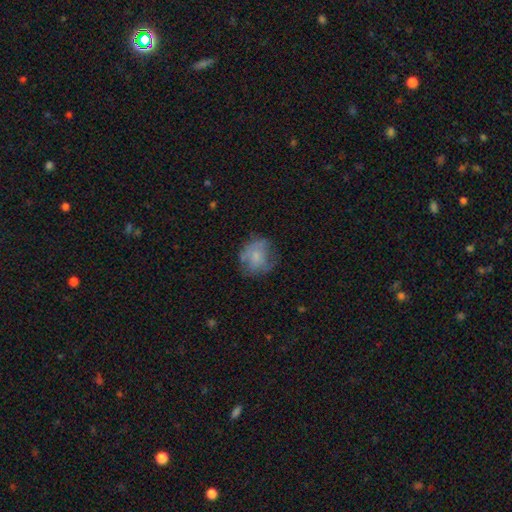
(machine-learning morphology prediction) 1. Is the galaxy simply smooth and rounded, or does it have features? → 59% smooth, 32% featured or disk, 9% star or artifact.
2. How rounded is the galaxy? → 72% round, 27% in between, 1% cigar-shaped.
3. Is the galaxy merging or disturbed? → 57% none, 26% minor disturbance, 16% major disturbance, 2% merger.